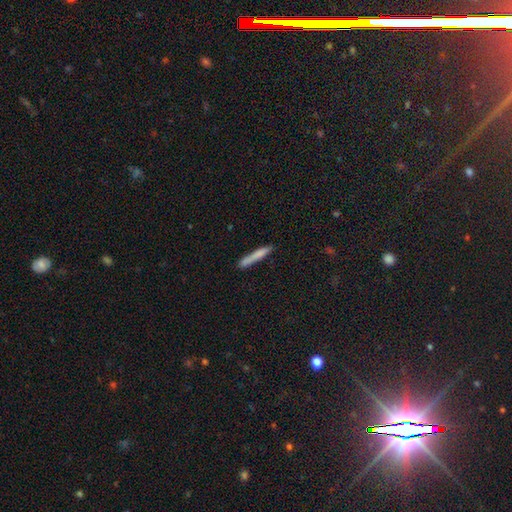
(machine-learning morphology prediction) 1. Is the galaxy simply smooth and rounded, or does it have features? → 75% smooth, 18% featured or disk, 7% star or artifact.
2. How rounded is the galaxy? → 95% cigar-shaped, 3% in between, 1% round.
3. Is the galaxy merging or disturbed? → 82% none, 13% minor disturbance, 3% merger, 3% major disturbance.